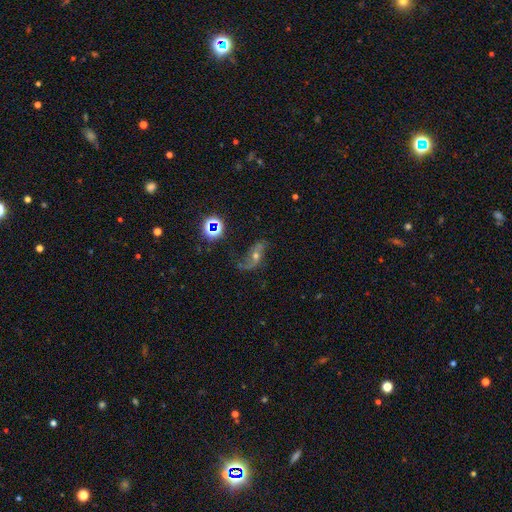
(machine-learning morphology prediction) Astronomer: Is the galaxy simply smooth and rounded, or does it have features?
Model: featured or disk — 74%.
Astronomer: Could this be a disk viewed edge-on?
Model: no — 92%.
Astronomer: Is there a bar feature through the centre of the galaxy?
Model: no — 58%.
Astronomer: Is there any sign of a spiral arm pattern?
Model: yes — 92%.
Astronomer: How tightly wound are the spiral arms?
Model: loose — 76%.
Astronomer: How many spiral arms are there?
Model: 2 — 80%.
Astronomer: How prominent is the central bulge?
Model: moderate — 56% (runner-up: small, 37%).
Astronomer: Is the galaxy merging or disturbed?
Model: none — 59%.